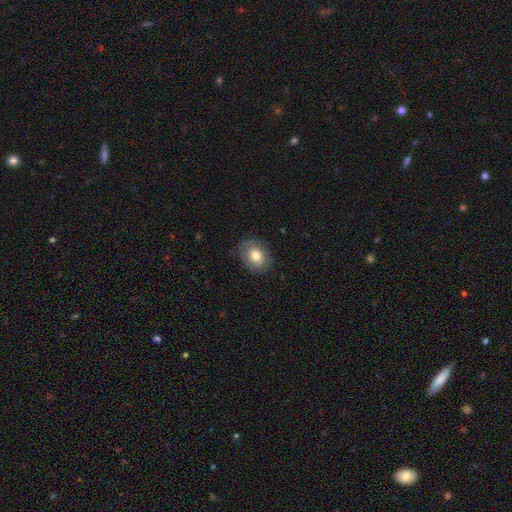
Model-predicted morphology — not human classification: This appears to be a smooth galaxy with no disk features (75%) that is in between round and cigar-shaped (60%). Merging: none (75%).